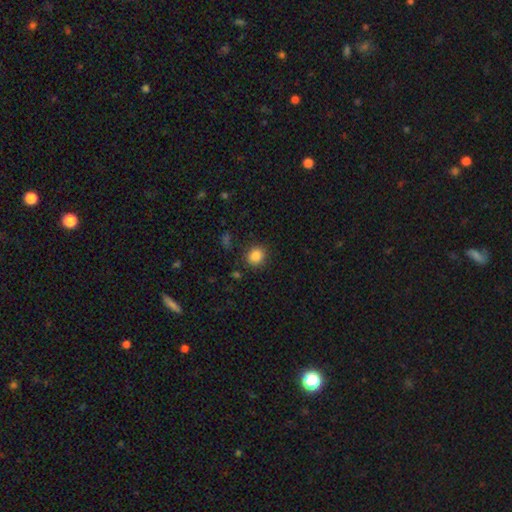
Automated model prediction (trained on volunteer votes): smooth_or_featured: smooth (p=0.85) [alt: star or artifact p=0.10]
how_rounded: round (p=0.77) [alt: in between p=0.22]
merging: none (p=0.87) [alt: minor disturbance p=0.08]